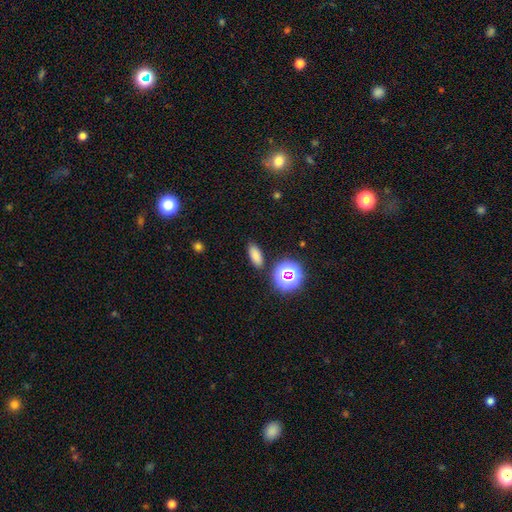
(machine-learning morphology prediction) Smooth or featured? Predicted: smooth (p=0.76). How rounded? Predicted: in between (p=0.82). Merging? Predicted: none (p=0.87).